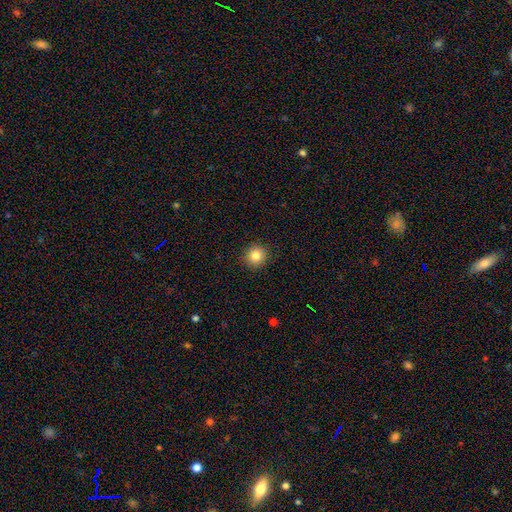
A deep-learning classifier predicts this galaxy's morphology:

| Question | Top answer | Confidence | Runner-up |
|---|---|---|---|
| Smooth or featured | smooth | 83% | star or artifact (11%) |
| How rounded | round | 92% | in between (7%) |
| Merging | none | 92% | minor disturbance (6%) |